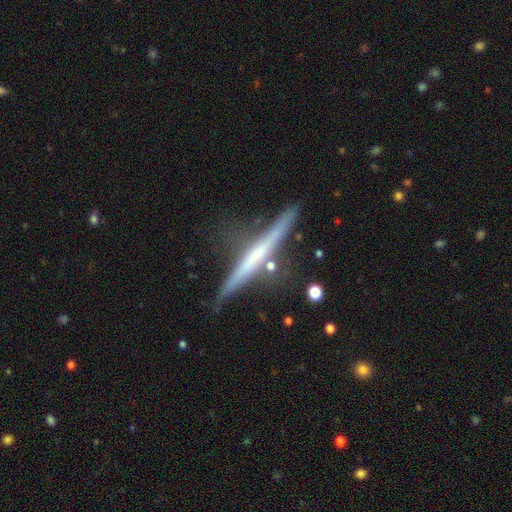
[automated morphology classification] Overall: featured or disk (66%; smooth 28%). Edge-on disk: yes (96%). Edge-on bulge: none (70%). Merging: none (72%).